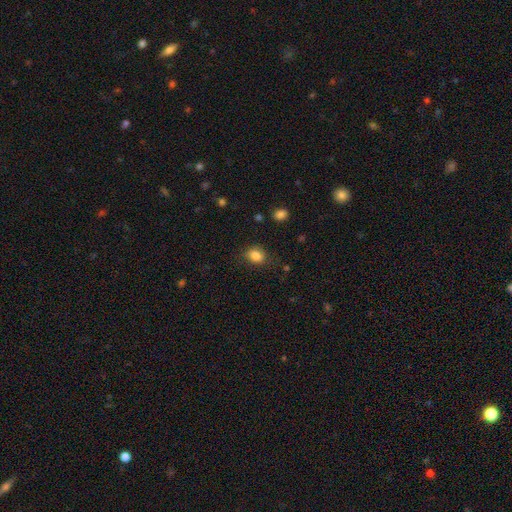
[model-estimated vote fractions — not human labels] This appears to be a smooth galaxy with no disk features (84%) that is in between round and cigar-shaped (51%). Merging: none (78%).